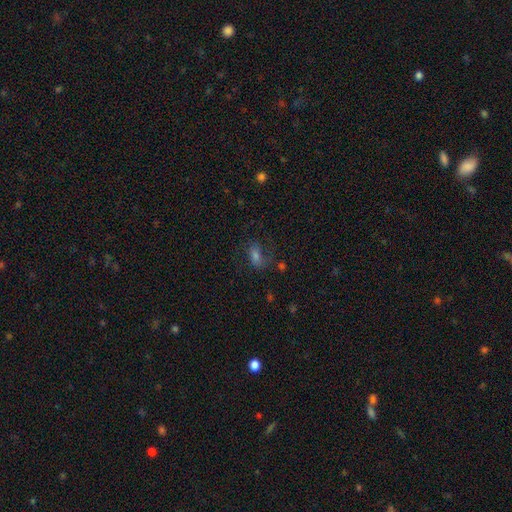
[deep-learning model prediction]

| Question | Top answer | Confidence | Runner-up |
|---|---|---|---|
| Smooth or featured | smooth | 48% | featured or disk (31%) |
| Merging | none | 59% | major disturbance (19%) |